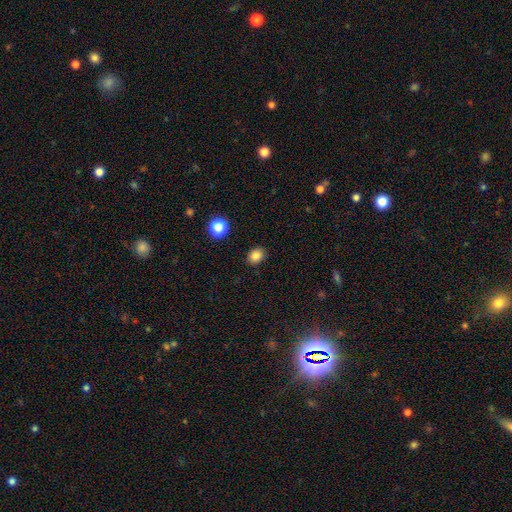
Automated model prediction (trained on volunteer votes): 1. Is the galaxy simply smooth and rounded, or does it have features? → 83% smooth, 11% star or artifact, 5% featured or disk.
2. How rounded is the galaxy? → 51% round, 48% in between, 1% cigar-shaped.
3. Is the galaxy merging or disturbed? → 88% none, 8% minor disturbance, 2% major disturbance, 2% merger.